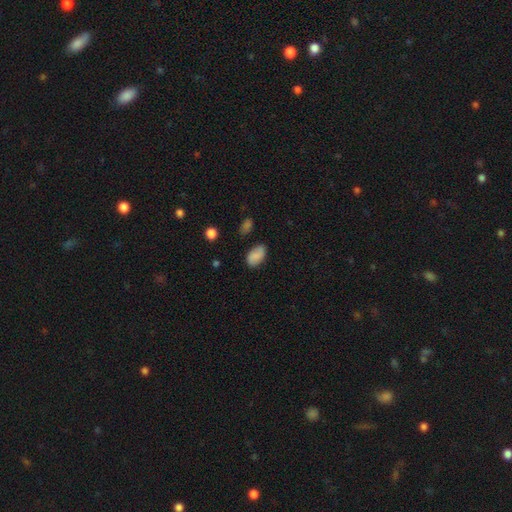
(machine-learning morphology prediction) smooth-or-featured: smooth: 80% | featured or disk: 11% | star or artifact: 8%
  how-rounded: in between: 92% | round: 7% | cigar-shaped: 2%
  merging: none: 76% | minor disturbance: 17% | major disturbance: 4% | merger: 3%